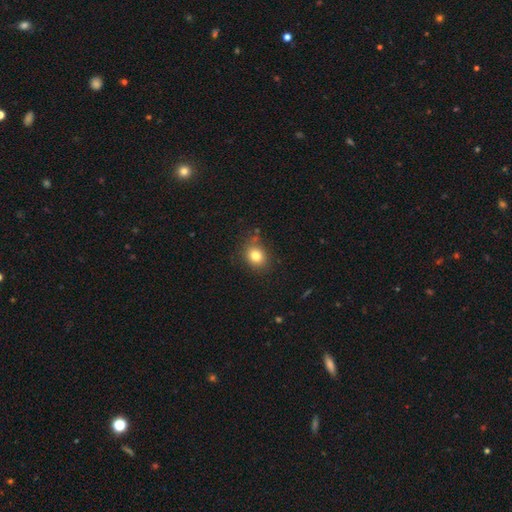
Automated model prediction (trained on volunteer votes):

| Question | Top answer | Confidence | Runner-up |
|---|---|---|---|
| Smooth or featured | smooth | 81% | star or artifact (11%) |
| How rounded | round | 60% | in between (39%) |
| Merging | none | 80% | minor disturbance (13%) |